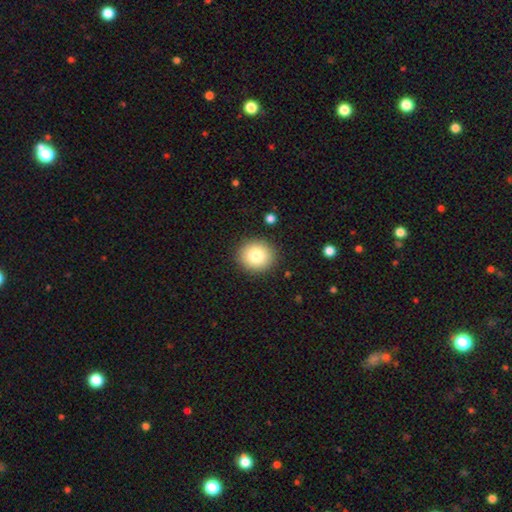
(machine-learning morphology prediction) A smooth galaxy with no disk features (81%) that is round (86%). Merging: none (90%).